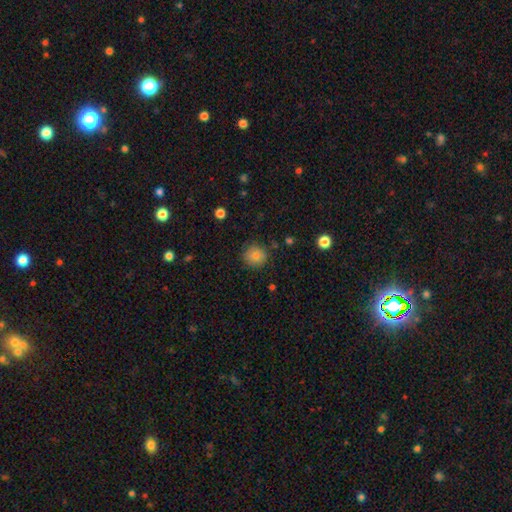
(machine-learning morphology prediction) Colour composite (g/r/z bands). It shows a smooth galaxy with no disk features (82%) that is round (89%). Merging: none (83%).